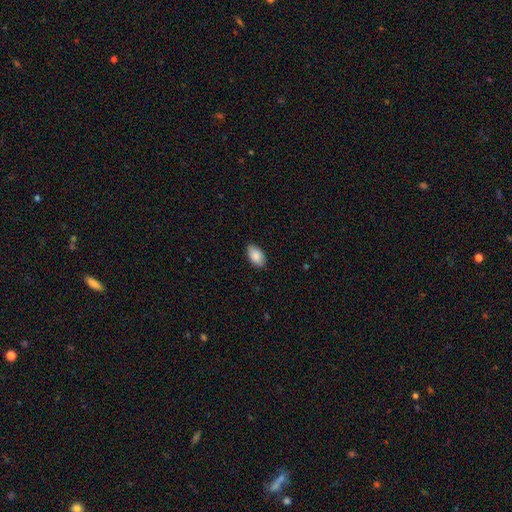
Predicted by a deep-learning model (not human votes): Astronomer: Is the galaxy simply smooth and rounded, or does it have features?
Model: smooth — 88%.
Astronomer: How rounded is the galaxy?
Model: in between — 94%.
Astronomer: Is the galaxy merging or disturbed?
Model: none — 86%.